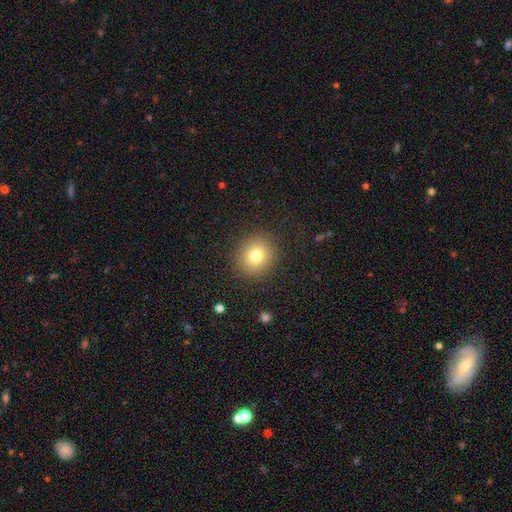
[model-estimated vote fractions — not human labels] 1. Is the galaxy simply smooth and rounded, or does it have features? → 78% smooth, 12% star or artifact, 10% featured or disk.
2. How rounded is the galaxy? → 79% round, 20% in between, 1% cigar-shaped.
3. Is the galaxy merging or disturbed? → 88% none, 8% minor disturbance, 3% major disturbance, 1% merger.